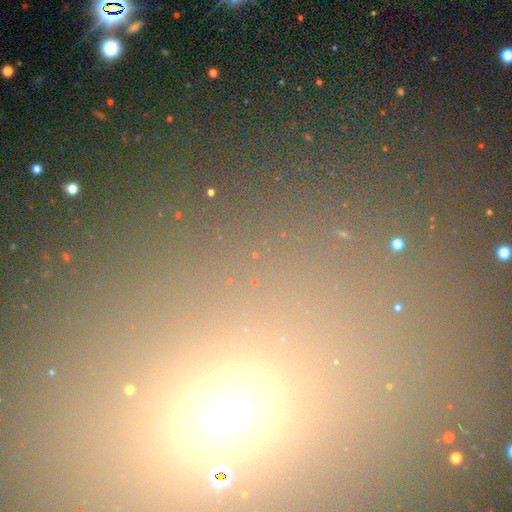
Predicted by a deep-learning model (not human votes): smooth_or_featured: star or artifact (p=0.69) [alt: smooth p=0.22]